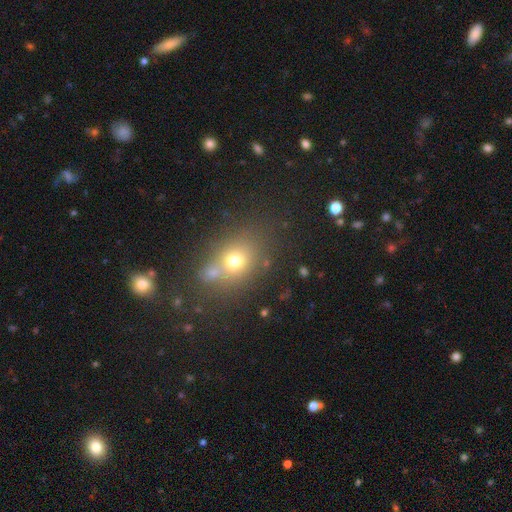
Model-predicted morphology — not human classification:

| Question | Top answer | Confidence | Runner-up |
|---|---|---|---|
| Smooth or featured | smooth | 55% | star or artifact (30%) |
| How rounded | round | 49% | in between (48%) |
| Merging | none | 67% | merger (15%) |